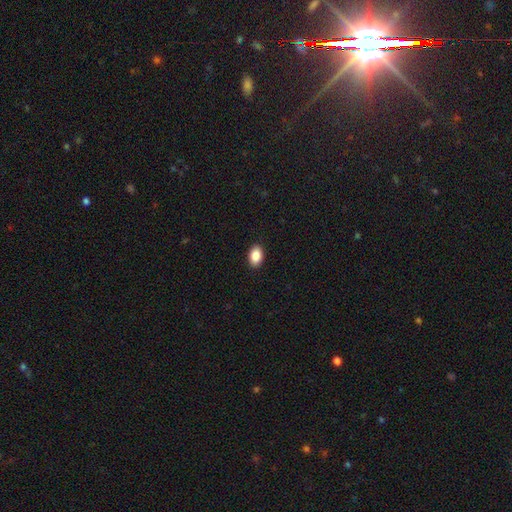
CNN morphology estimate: A smooth galaxy with no disk features (89%) that is in between round and cigar-shaped (89%). Merging: none (90%).